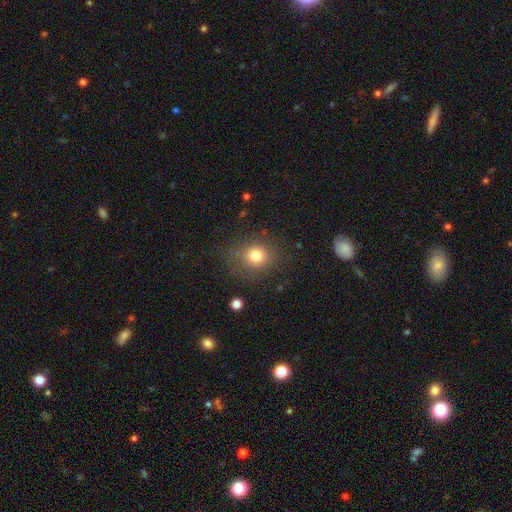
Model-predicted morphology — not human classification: This is likely a smooth galaxy (78%). How rounded: clearly round (82%). Merging: likely none (79%).